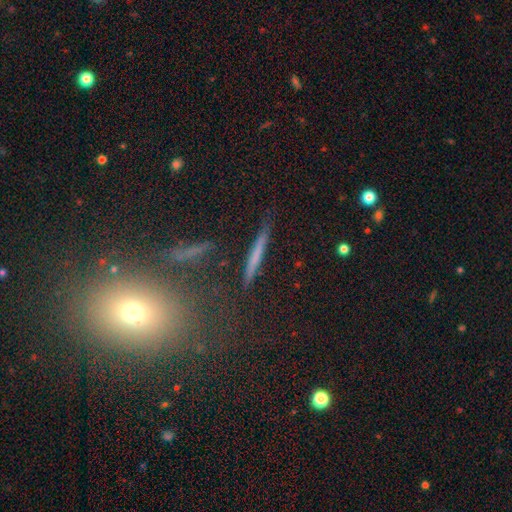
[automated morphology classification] This appears to be a smooth galaxy with no disk features (49%). Merging: none (83%).